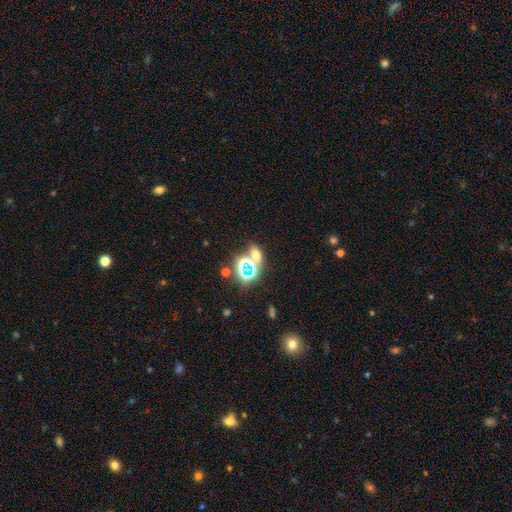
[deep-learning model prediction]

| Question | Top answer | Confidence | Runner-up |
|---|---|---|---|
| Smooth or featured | smooth | 45% | star or artifact (43%) |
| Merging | none | 63% | merger (22%) |